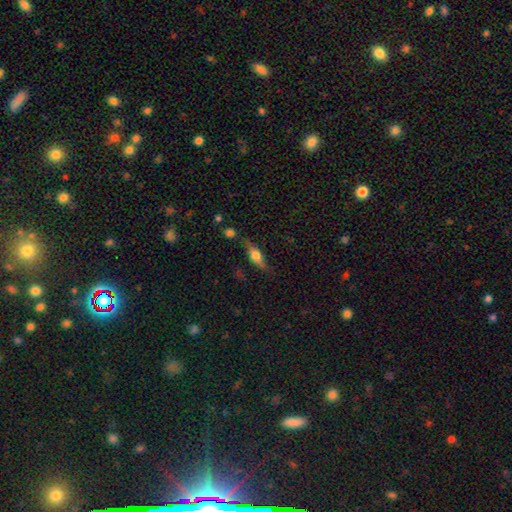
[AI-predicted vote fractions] Morphology: type=featured or disk (54%); edge-on=yes (93%); merging=none (75%).